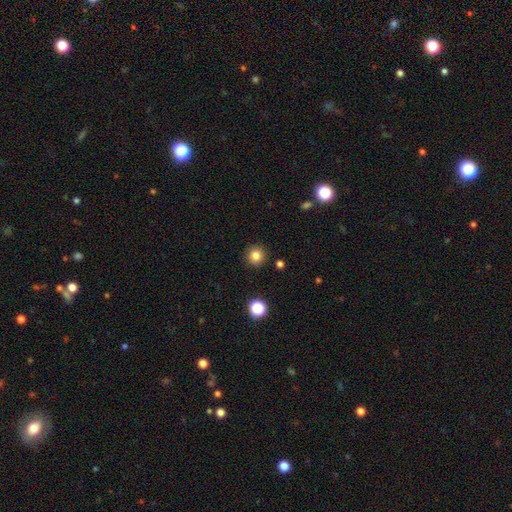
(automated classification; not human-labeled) This appears to be a smooth galaxy with no disk features (82%) that is round (95%). Merging: none (91%).